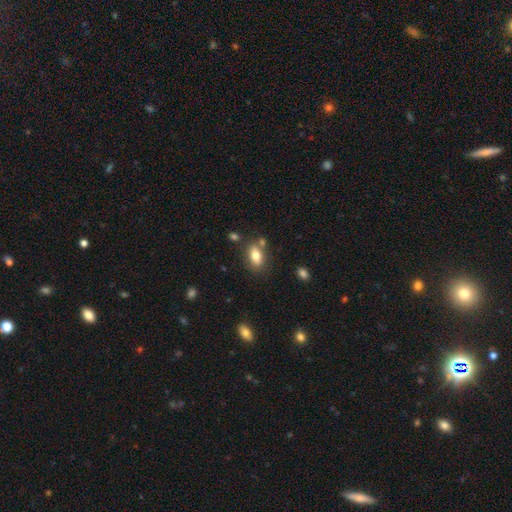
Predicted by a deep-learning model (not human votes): Overall: smooth (78%). How rounded: in between (86%). Merging: none (68%).